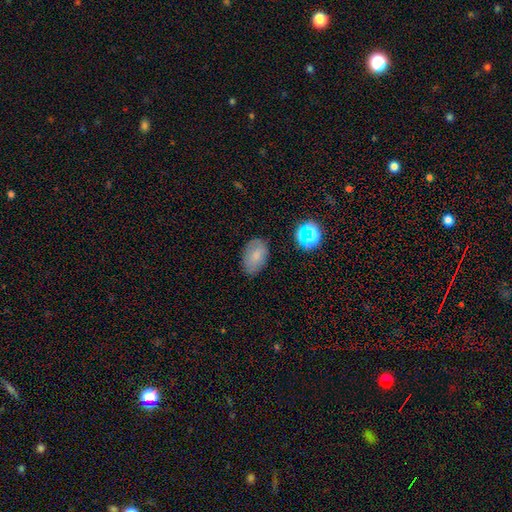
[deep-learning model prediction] smooth_or_featured: smooth (p=0.74) [alt: featured or disk p=0.13]
how_rounded: in between (p=0.87) [alt: round p=0.11]
merging: none (p=0.78) [alt: minor disturbance p=0.16]